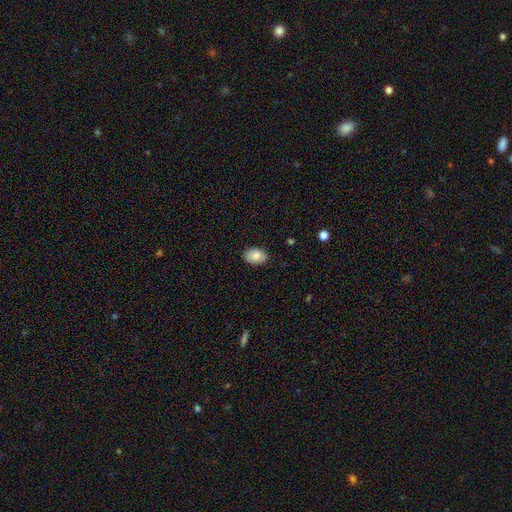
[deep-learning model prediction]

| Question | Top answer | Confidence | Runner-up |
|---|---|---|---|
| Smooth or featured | smooth | 82% | featured or disk (11%) |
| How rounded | in between | 84% | round (15%) |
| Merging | none | 86% | minor disturbance (11%) |